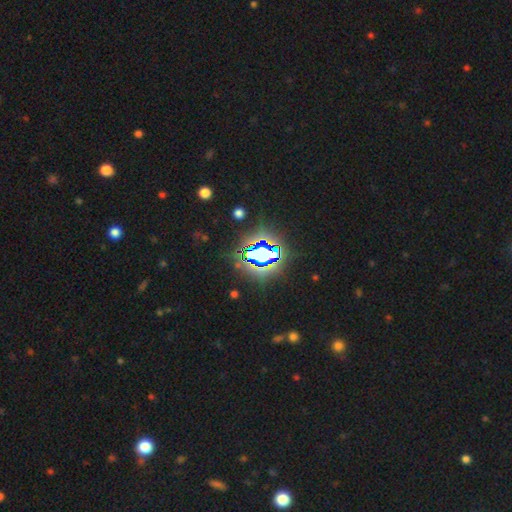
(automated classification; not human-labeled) This appears to be a star or artifact, not a galaxy (80%).